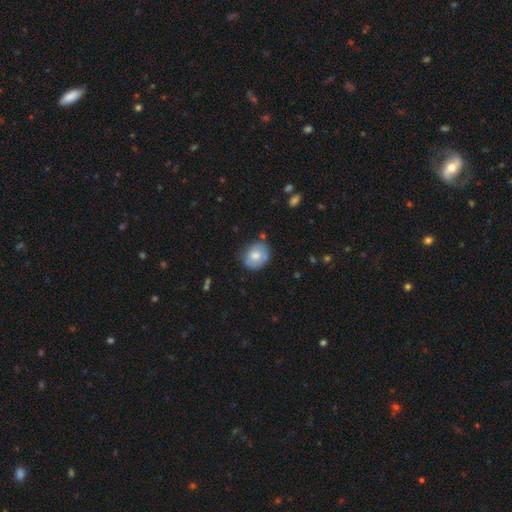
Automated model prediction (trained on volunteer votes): Smooth or featured: smooth — 71% (featured or disk — 21%)
How rounded: round — 60% (in between — 39%)
Merging: none — 70% (minor disturbance — 22%)